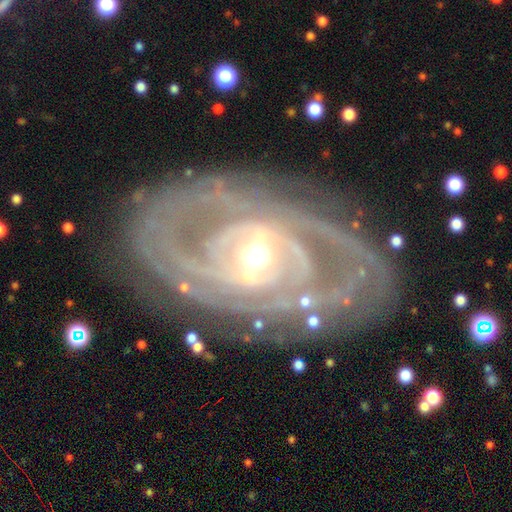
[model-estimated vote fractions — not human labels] A featured or disk galaxy (91%) with no bar (39%), 2 (40%) tight (59%) spiral arms (93%) and a moderate central bulge (67%).

Vote fractions:
- Smooth or featured? featured or disk: 91% / smooth: 5% / star or artifact: 4%
- Edge-on disk? no: 95% / yes: 5%
- Bar? no: 39% / weak: 32% / strong: 29%
- Spiral arms? yes: 93% / no: 7%
- Spiral winding? tight: 59% / medium: 29% / loose: 12%
- Spiral arm count? 2: 40% / can't tell: 20% / 3: 15% / 4: 9% / 1: 8% / more than 4: 8%
- Bulge size? moderate: 67% / small: 22% / large: 8% / dominant: 1% / none: 1%
- Merging? none: 65% / minor disturbance: 17% / major disturbance: 14% / merger: 4%